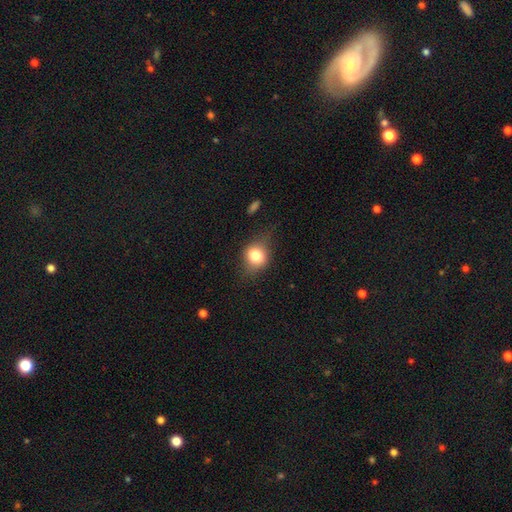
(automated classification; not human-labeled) A smooth galaxy with no disk features (74%) that is round (64%). Merging: none (65%).